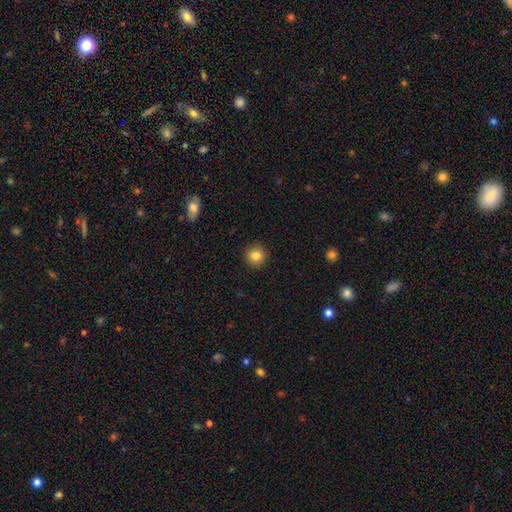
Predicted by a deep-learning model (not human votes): Smooth or featured: smooth — 84% (star or artifact — 10%)
How rounded: round — 93% (in between — 6%)
Merging: none — 92% (minor disturbance — 5%)